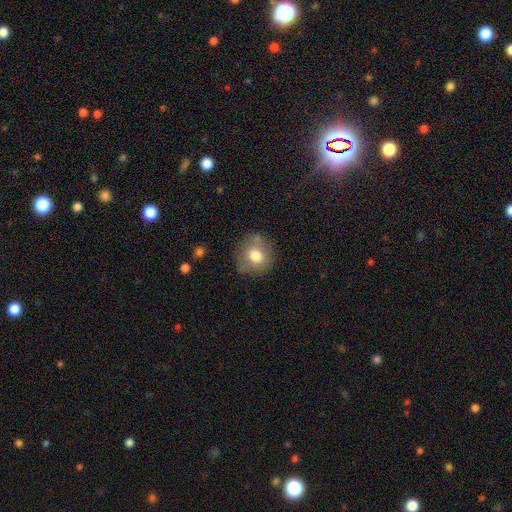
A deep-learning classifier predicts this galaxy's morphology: Smooth or featured? Predicted: smooth (p=0.74). How rounded? Predicted: round (p=0.85). Merging? Predicted: none (p=0.76).